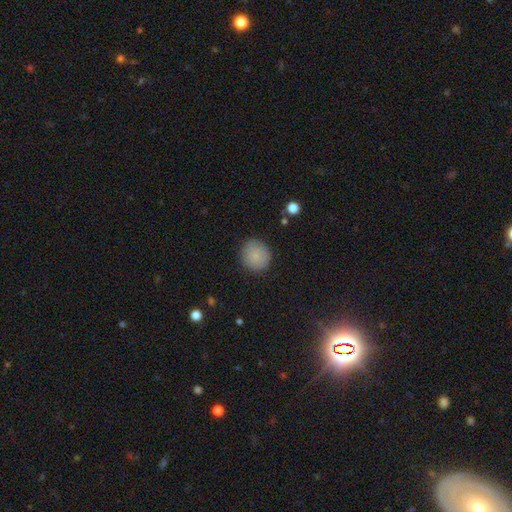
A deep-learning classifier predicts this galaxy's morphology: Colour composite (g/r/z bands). It shows a smooth galaxy with no disk features (82%) that is round (88%). Merging: none (88%).